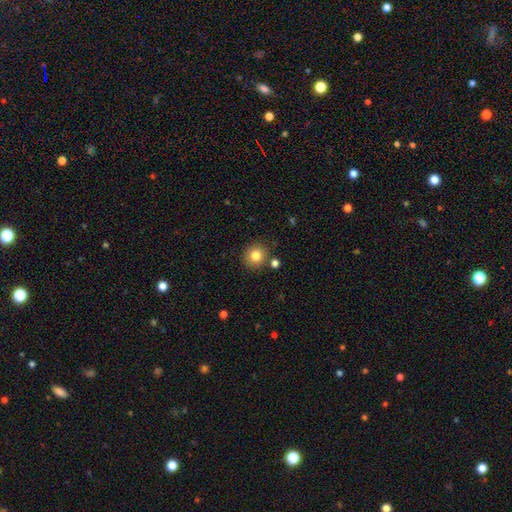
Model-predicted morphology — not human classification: smooth 81%, star or artifact 11%, featured or disk 8%. Down the decision tree: how rounded — round (88%); merging — none (84%).